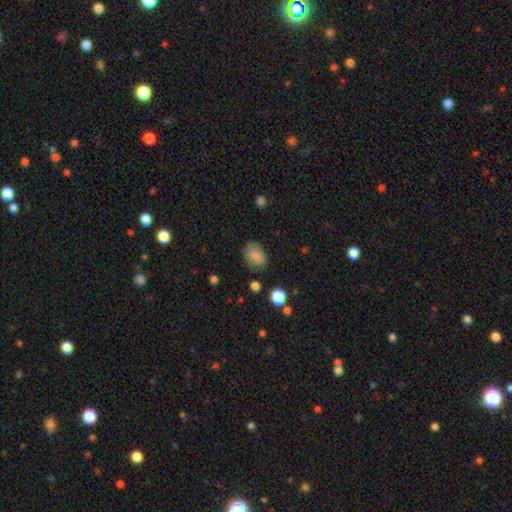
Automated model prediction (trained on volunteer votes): Morphology: type=smooth (85%); roundness=in between (73%); merging=none (76%).